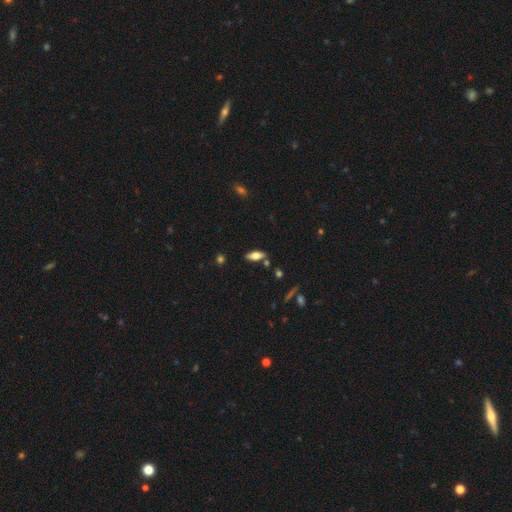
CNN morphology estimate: A smooth galaxy with no disk features (60%) that is in between round and cigar-shaped (76%).

Vote fractions:
- Smooth or featured? smooth: 60% / featured or disk: 32% / star or artifact: 8%
- How rounded? in between: 76% / cigar-shaped: 22% / round: 3%
- Merging? none: 81% / minor disturbance: 11% / merger: 6% / major disturbance: 3%